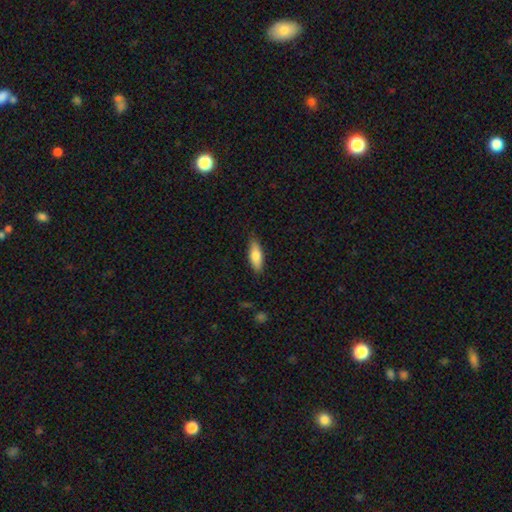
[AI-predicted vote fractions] Smooth or featured: smooth — 79% (featured or disk — 15%)
How rounded: in between — 65% (cigar-shaped — 33%)
Merging: none — 82% (minor disturbance — 14%)